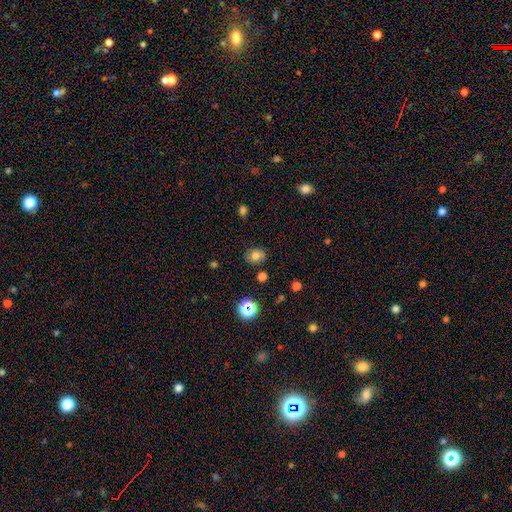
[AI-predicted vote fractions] This appears to be a smooth galaxy with no disk features (71%) that is round (63%). Merging: none (79%).